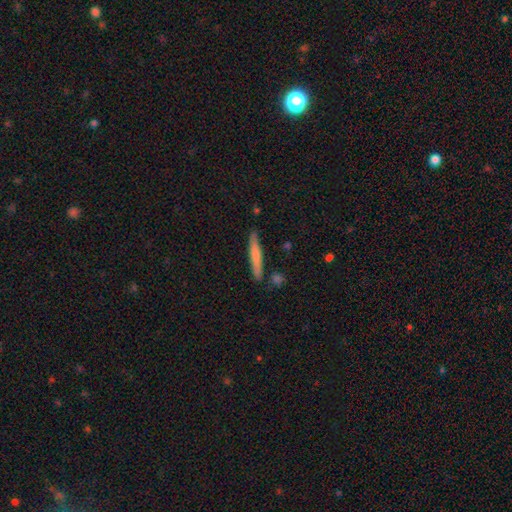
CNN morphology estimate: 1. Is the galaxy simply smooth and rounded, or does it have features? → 65% smooth, 29% featured or disk, 6% star or artifact.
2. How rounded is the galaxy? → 94% cigar-shaped, 5% in between, 1% round.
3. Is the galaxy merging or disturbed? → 84% none, 11% minor disturbance, 4% merger, 2% major disturbance.